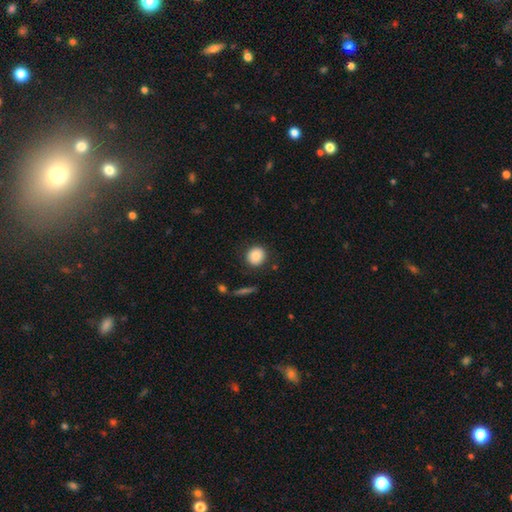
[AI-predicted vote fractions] smooth_or_featured: smooth (p=0.86) [alt: star or artifact p=0.08]
how_rounded: round (p=0.86) [alt: in between p=0.13]
merging: none (p=0.88) [alt: minor disturbance p=0.08]